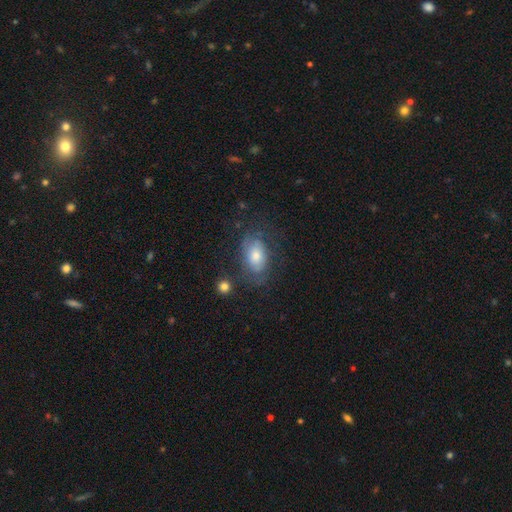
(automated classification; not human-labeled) This appears to be a smooth galaxy with no disk features (51%) that is in between round and cigar-shaped (86%). Merging: none (60%).